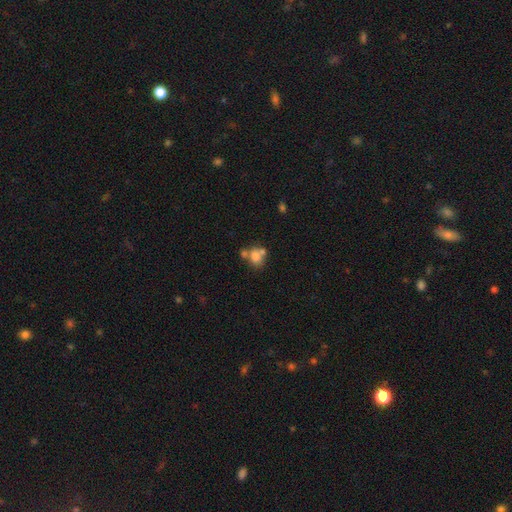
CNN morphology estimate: smooth-or-featured: smooth: 73% | featured or disk: 15% | star or artifact: 12%
  how-rounded: round: 53% | in between: 46% | cigar-shaped: 1%
  merging: merger: 42% | none: 38% | minor disturbance: 12% | major disturbance: 7%